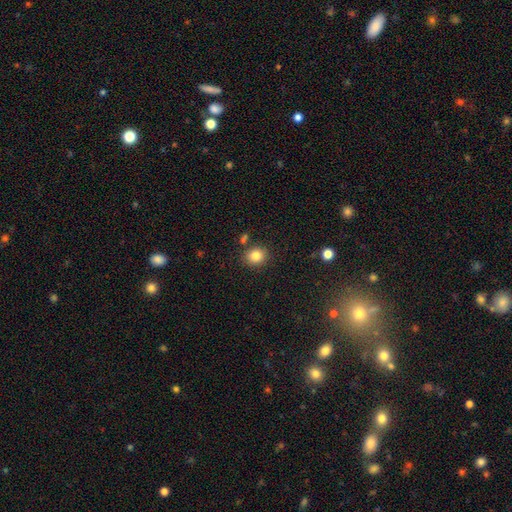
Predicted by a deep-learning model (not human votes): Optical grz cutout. It shows a smooth galaxy with no disk features (84%) that is round (70%). Merging: none (83%).